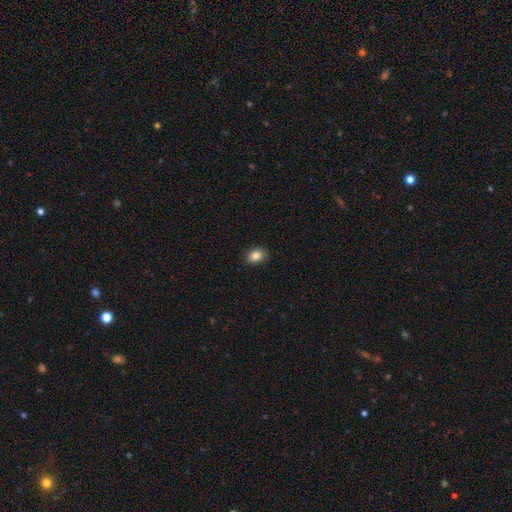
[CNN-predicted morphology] smooth-or-featured: smooth: 85% | star or artifact: 9% | featured or disk: 6%
  how-rounded: in between: 70% | round: 29% | cigar-shaped: 1%
  merging: none: 90% | minor disturbance: 8% | major disturbance: 2% | merger: 1%